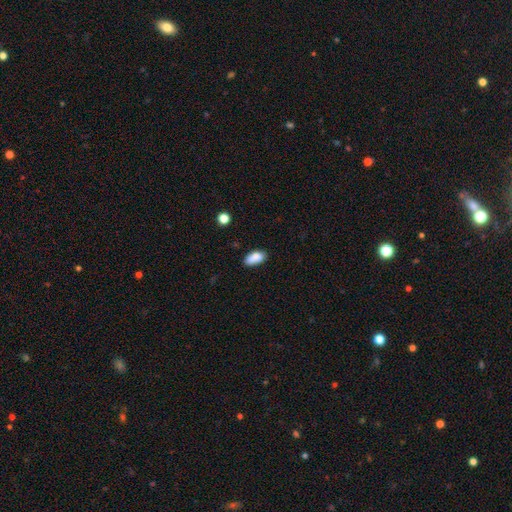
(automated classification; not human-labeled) Overall: smooth (86%). How rounded: in between (90%). Merging: none (73%).